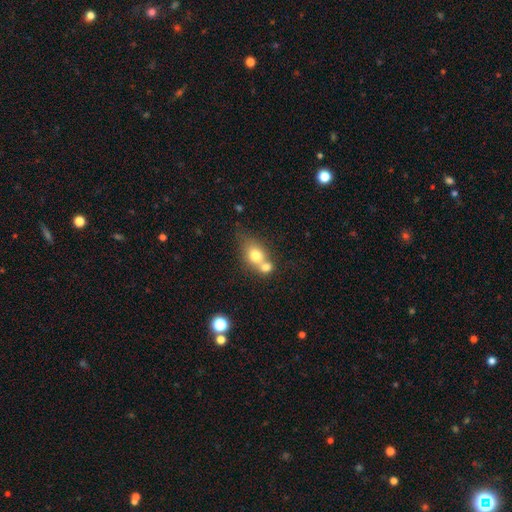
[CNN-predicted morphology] smooth_or_featured: smooth (p=0.72) [alt: featured or disk p=0.19]
how_rounded: in between (p=0.52) [alt: round p=0.45]
merging: merger (p=0.60) [alt: none p=0.26]